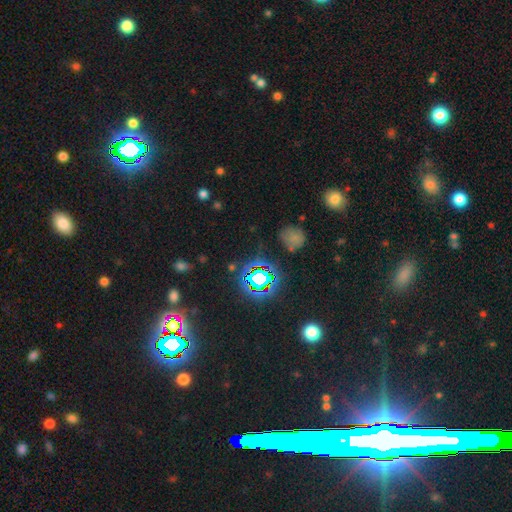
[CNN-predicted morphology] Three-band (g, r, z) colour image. It shows a star or artifact, not a galaxy (79%).